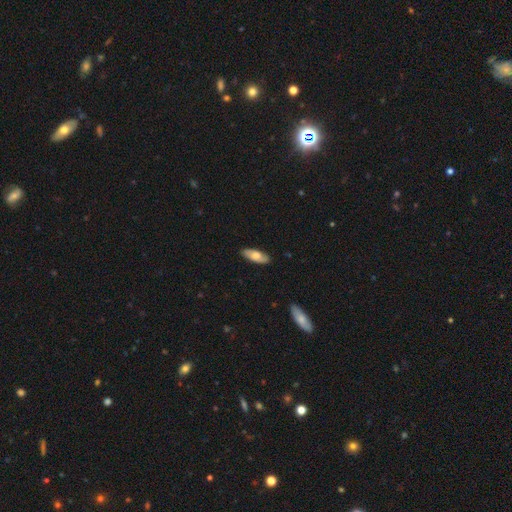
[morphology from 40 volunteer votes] A smooth galaxy with no disk features (48%) that is in between round and cigar-shaped (84%). Merging: none (92%).